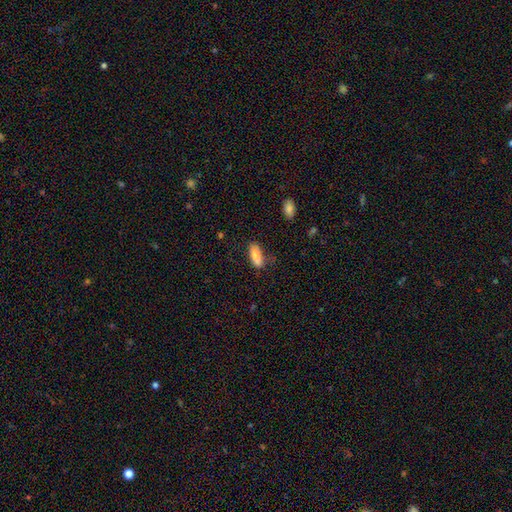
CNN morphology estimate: smooth 79%, featured or disk 14%, star or artifact 7%. Down the decision tree: how rounded — in between (79%); merging — none (66%).